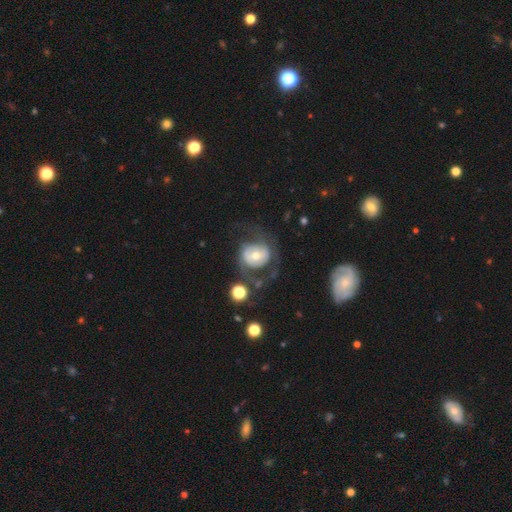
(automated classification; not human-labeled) smooth-or-featured: featured or disk: 57% | smooth: 36% | star or artifact: 7%
  disk-edge-on: no: 96% | yes: 4%
    bar: no: 67% | weak: 22% | strong: 11%
    has-spiral-arms: yes: 56% | no: 44%
    bulge-size: moderate: 56% | small: 35% | large: 7% | dominant: 2% | none: 2%
  merging: none: 45% | major disturbance: 31% | minor disturbance: 18% | merger: 6%